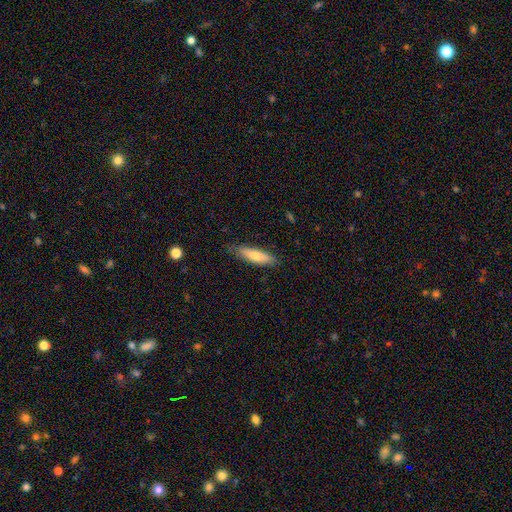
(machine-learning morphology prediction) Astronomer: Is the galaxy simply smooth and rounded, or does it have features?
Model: smooth — 69%.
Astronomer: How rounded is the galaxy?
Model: cigar-shaped — 66%.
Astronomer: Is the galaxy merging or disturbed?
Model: none — 82%.